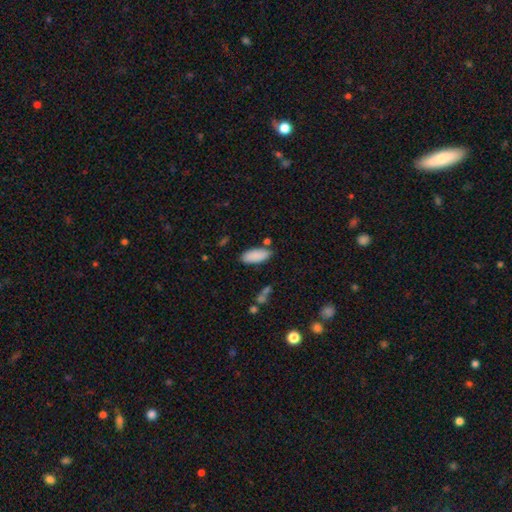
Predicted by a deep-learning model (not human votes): smooth 88%, star or artifact 7%, featured or disk 5%. Down the decision tree: how rounded — in between (85%); merging — none (76%).